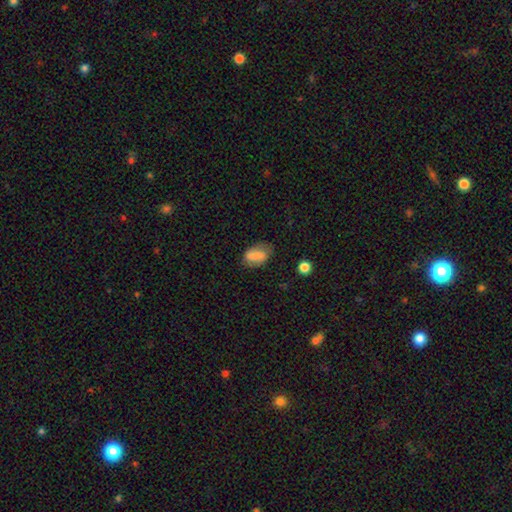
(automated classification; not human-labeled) A smooth galaxy with no disk features (65%) that is in between round and cigar-shaped (86%). Merging: none (67%).